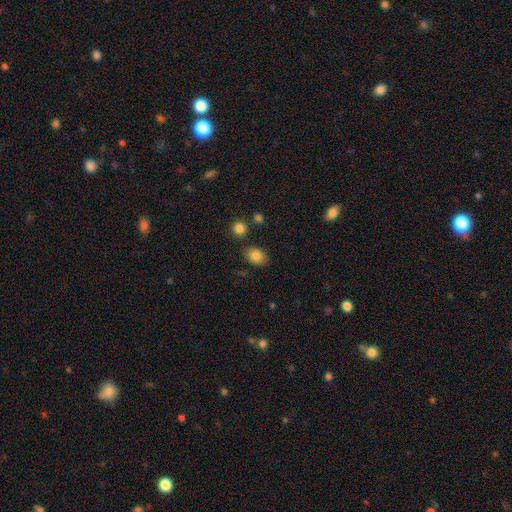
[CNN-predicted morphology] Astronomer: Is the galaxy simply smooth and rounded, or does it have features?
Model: smooth — 84%.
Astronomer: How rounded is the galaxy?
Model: in between — 69%.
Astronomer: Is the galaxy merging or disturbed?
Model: none — 79%.